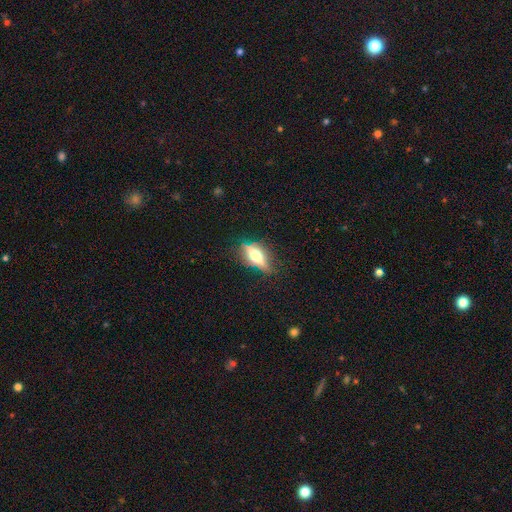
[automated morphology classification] A featured or disk galaxy (51%) viewed edge-on (81%).

Vote fractions:
- Smooth or featured? featured or disk: 51% / smooth: 40% / star or artifact: 9%
- Edge-on disk? yes: 81% / no: 19%
- Merging? none: 70% / minor disturbance: 20% / major disturbance: 8% / merger: 2%